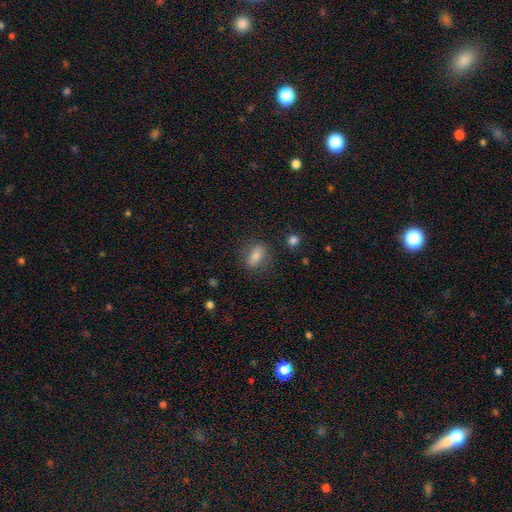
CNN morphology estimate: smooth-or-featured: smooth: 74% | featured or disk: 15% | star or artifact: 11%
  how-rounded: in between: 69% | cigar-shaped: 19% | round: 12%
  merging: none: 82% | minor disturbance: 12% | major disturbance: 5% | merger: 2%